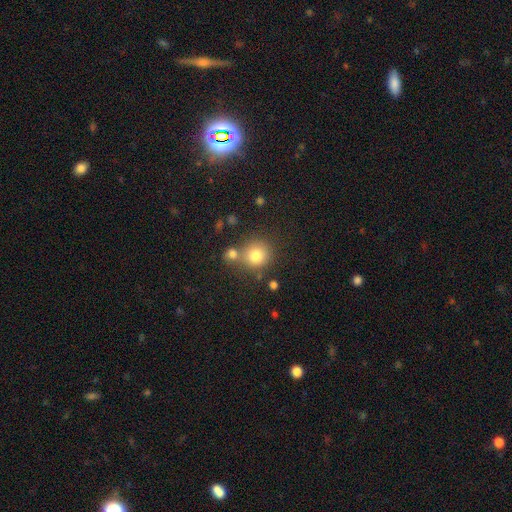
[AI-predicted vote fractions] A smooth galaxy with no disk features (79%) that is round (86%). Merging: none (59%).